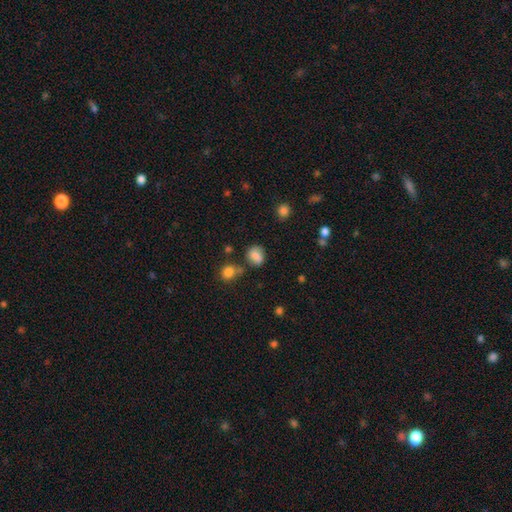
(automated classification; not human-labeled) smooth_or_featured: smooth (p=0.79) [alt: star or artifact p=0.11]
how_rounded: round (p=0.54) [alt: in between p=0.45]
merging: none (p=0.63) [alt: minor disturbance p=0.20]